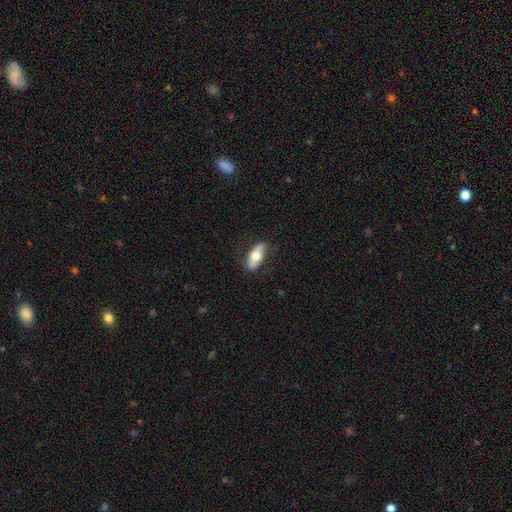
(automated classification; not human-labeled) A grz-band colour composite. It shows a smooth galaxy with no disk features (60%) that is in between round and cigar-shaped (81%). Merging: none (81%).